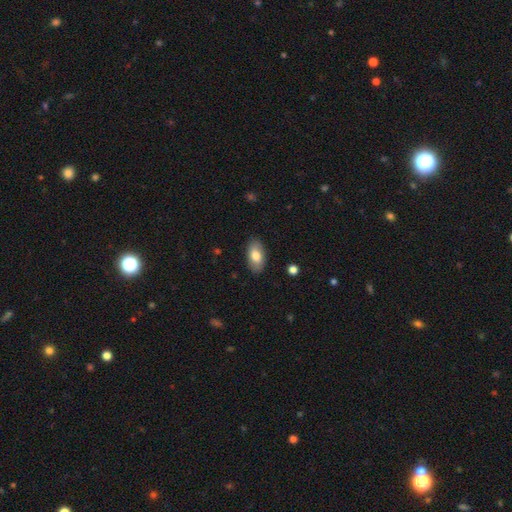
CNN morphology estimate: smooth 79%, featured or disk 15%, star or artifact 6%. Down the decision tree: how rounded — in between (93%); merging — none (87%).